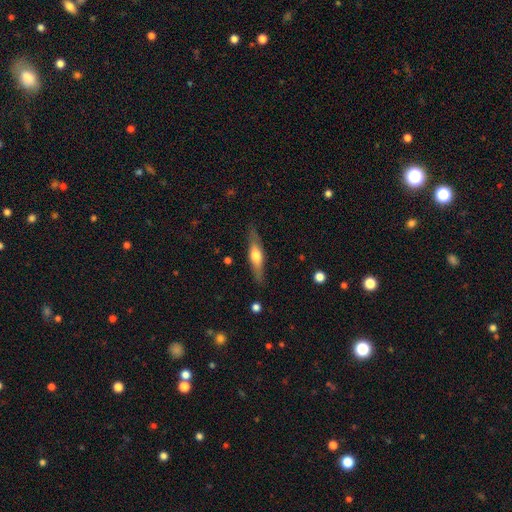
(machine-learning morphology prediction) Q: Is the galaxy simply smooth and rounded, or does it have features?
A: featured or disk — 50%.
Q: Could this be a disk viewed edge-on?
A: yes — 88%.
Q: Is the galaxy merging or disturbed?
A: none — 84%.